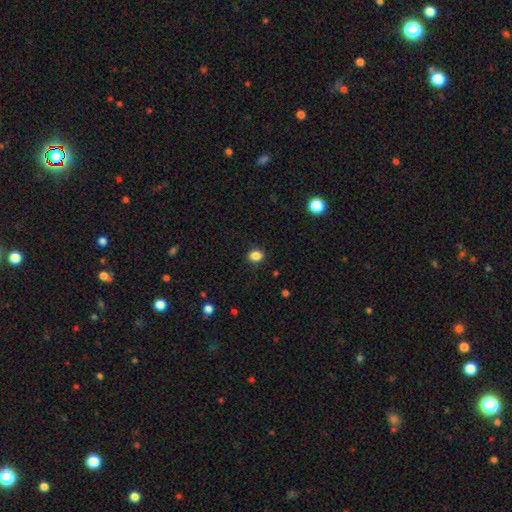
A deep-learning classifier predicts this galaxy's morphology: This is clearly a smooth galaxy (85%). How rounded: possibly round (53%). Merging: clearly none (87%).